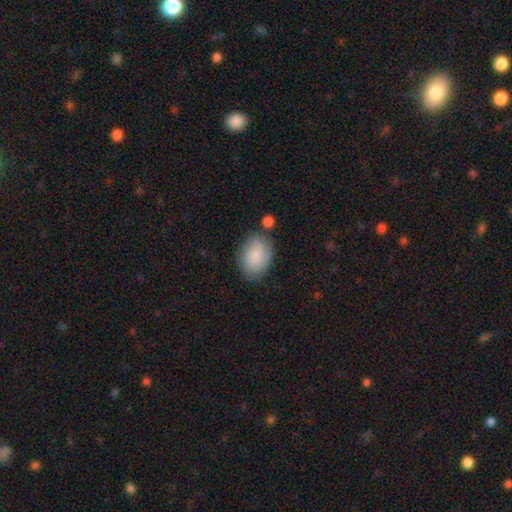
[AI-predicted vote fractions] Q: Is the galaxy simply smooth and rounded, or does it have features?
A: smooth — 74%.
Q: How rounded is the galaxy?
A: in between — 73%.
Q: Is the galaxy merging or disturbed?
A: none — 69%.